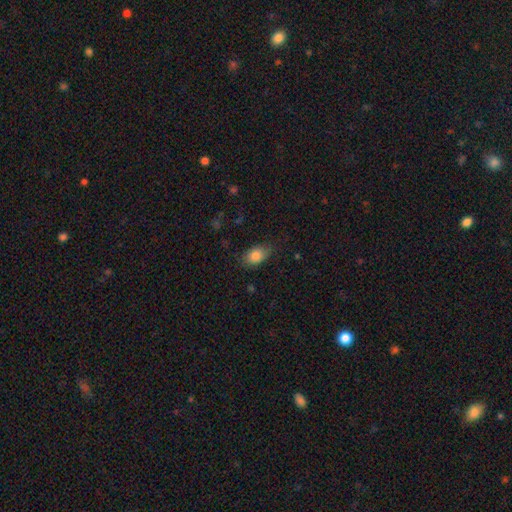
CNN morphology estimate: A smooth galaxy with no disk features (85%) that is in between round and cigar-shaped (86%). Merging: none (75%).